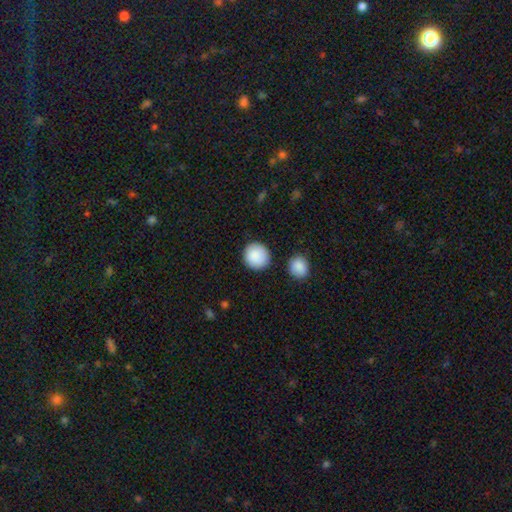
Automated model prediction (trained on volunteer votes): Smooth or featured? smooth (89%)
How rounded? round (91%)
Merging? none (85%)